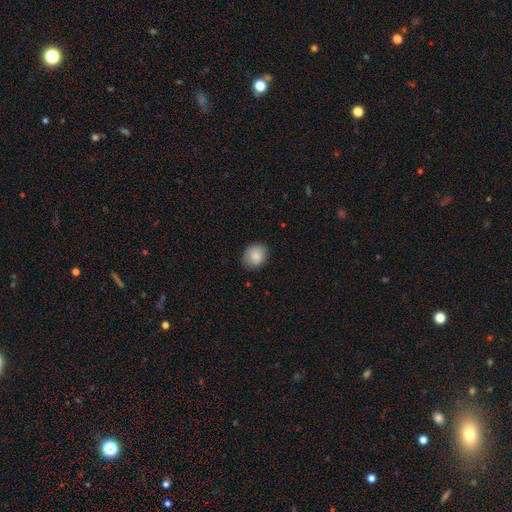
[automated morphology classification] Smooth or featured? smooth (85%)
How rounded? round (58%)
Merging? none (81%)